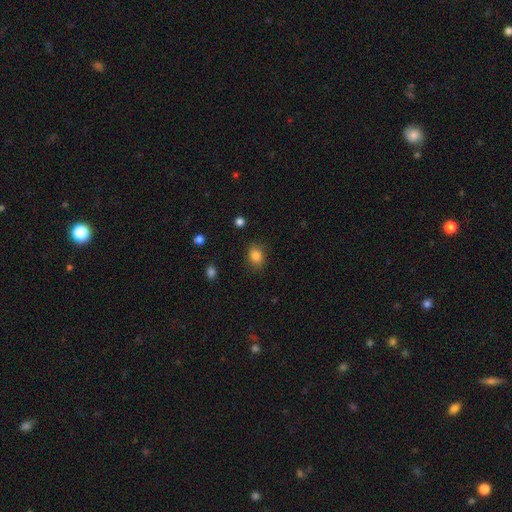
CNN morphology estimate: type=smooth (84%); roundness=in between (59%); merging=none (83%).